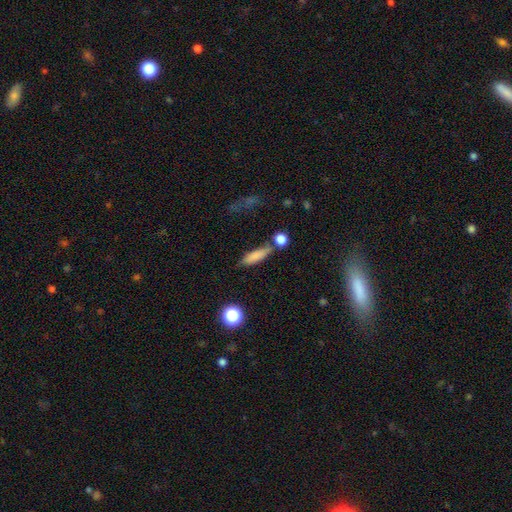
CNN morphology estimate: smooth_or_featured: smooth (p=0.79) [alt: featured or disk p=0.12]
how_rounded: cigar-shaped (p=0.59) [alt: in between p=0.36]
merging: none (p=0.63) [alt: minor disturbance p=0.17]